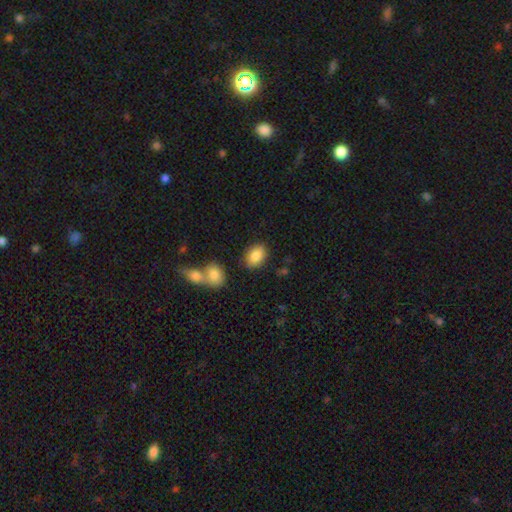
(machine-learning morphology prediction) This is clearly a smooth galaxy (85%). How rounded: clearly in between (82%). Merging: likely none (79%).